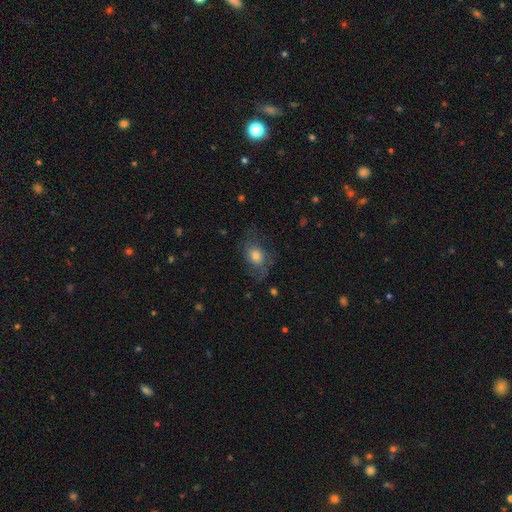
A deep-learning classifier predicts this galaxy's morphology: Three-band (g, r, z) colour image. It shows a smooth galaxy with no disk features (57%) that is in between round and cigar-shaped (59%). Merging: none (55%).